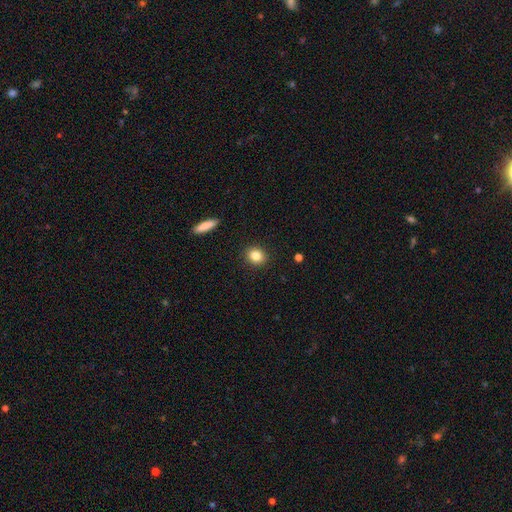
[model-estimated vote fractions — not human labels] smooth 84%, star or artifact 10%, featured or disk 7%. Down the decision tree: how rounded — round (74%); merging — none (91%).